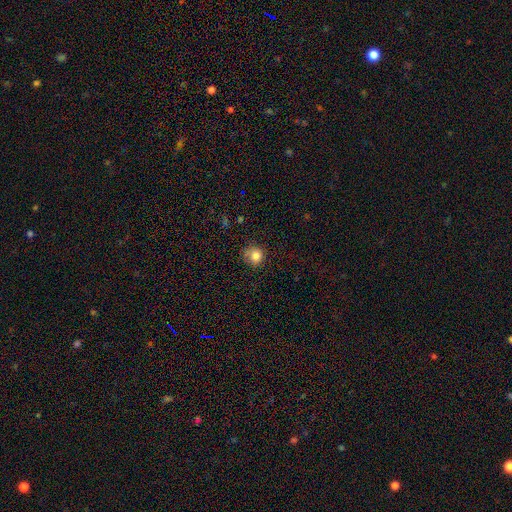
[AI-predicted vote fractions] Smooth or featured? Predicted: smooth (p=0.83). How rounded? Predicted: round (p=0.84). Merging? Predicted: none (p=0.65).